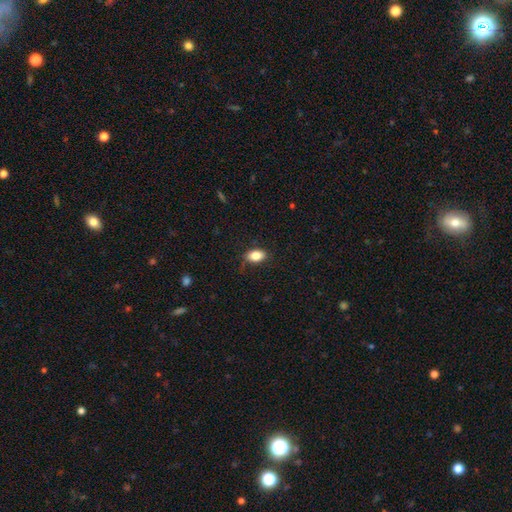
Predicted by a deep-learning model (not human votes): smooth-or-featured: smooth: 83% | featured or disk: 9% | star or artifact: 8%
  how-rounded: in between: 88% | round: 10% | cigar-shaped: 2%
  merging: none: 80% | minor disturbance: 15% | major disturbance: 3% | merger: 1%